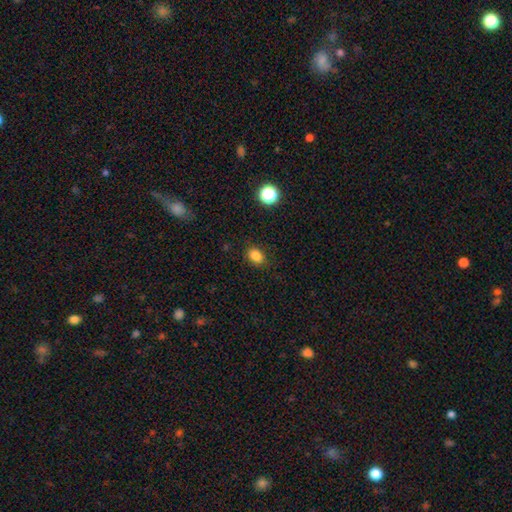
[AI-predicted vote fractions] Smooth or featured? Predicted: smooth (p=0.84). How rounded? Predicted: in between (p=0.68). Merging? Predicted: none (p=0.85).